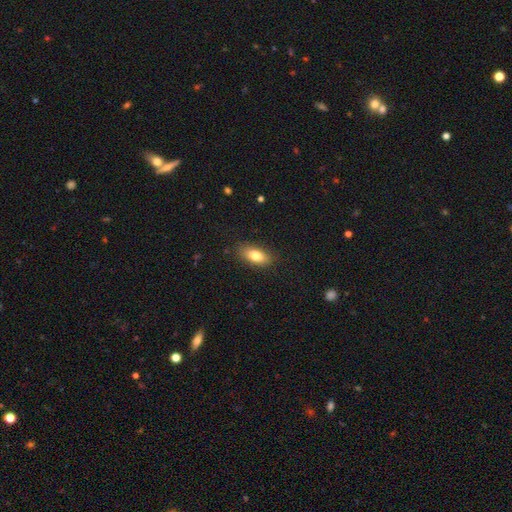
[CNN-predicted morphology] Smooth or featured?
  - smooth: 81% *
  - featured or disk: 12%
  - star or artifact: 7%
How rounded?
  - in between: 85% *
  - cigar-shaped: 11%
  - round: 4%
Merging?
  - none: 86% *
  - minor disturbance: 11%
  - major disturbance: 3%
  - merger: 1%